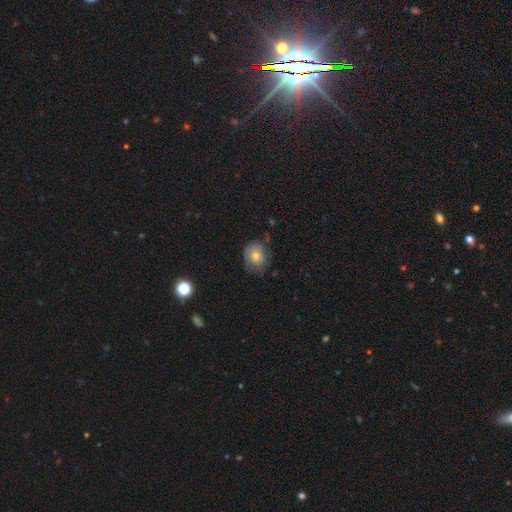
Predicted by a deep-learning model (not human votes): Smooth or featured? smooth (66%)
How rounded? round (70%)
Merging? none (64%)